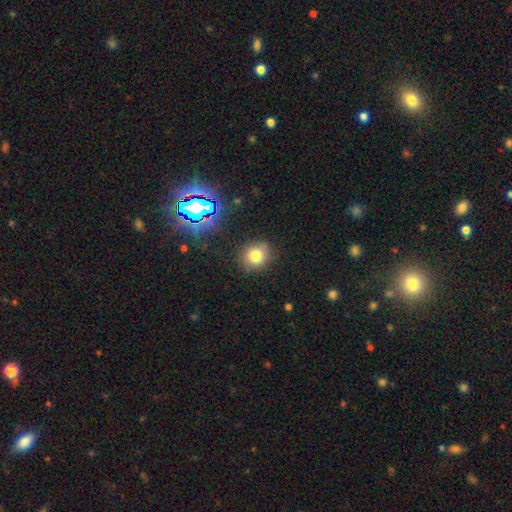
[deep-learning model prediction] smooth 75%, star or artifact 16%, featured or disk 9%. Down the decision tree: how rounded — round (82%); merging — none (86%).